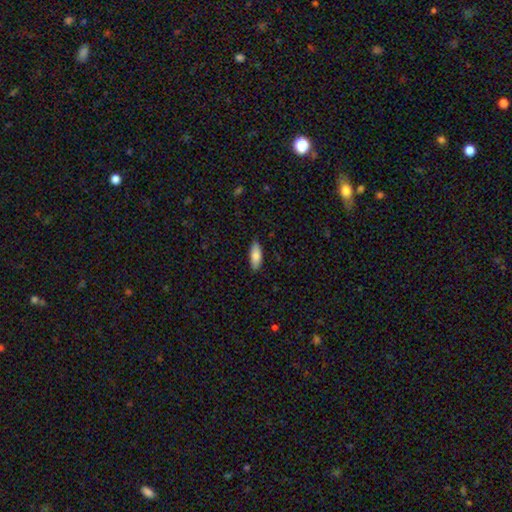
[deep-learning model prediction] Smooth or featured? Predicted: smooth (p=0.83). How rounded? Predicted: in between (p=0.70). Merging? Predicted: none (p=0.88).